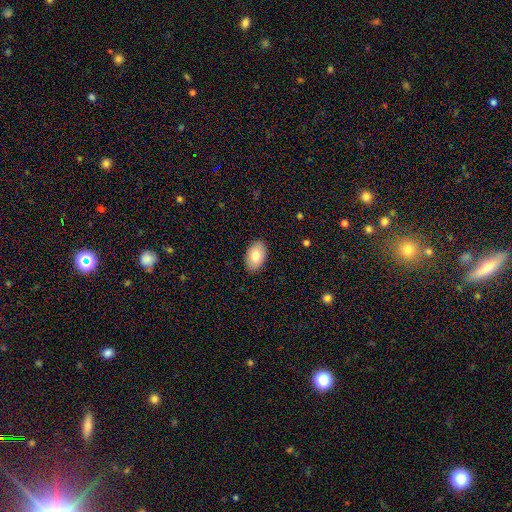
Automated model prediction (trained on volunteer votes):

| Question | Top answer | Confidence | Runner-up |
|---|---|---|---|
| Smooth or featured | smooth | 79% | featured or disk (14%) |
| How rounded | in between | 91% | round (8%) |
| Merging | none | 89% | minor disturbance (8%) |